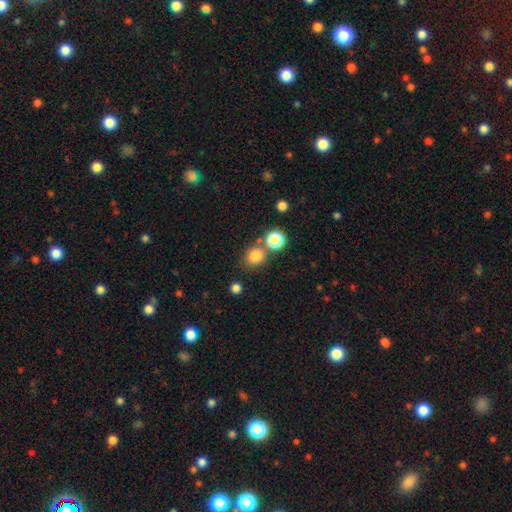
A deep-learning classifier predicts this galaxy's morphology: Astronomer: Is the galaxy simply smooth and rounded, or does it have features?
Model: smooth — 79%.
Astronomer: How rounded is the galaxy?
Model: round — 80%.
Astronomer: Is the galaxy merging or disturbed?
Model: none — 71%.